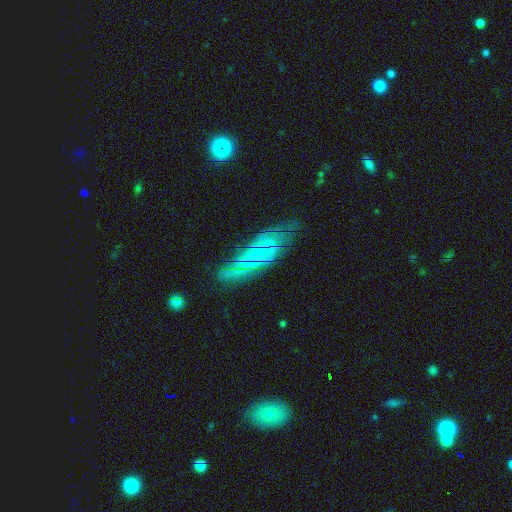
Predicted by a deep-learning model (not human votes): smooth-or-featured: featured or disk: 67% | smooth: 25% | star or artifact: 7%
  disk-edge-on: no: 78% | yes: 22%
    bar: no: 66% | weak: 29% | strong: 5%
    has-spiral-arms: yes: 80% | no: 20%
    bulge-size: small: 62% | moderate: 23% | none: 12% | large: 2% | dominant: 1%
  merging: none: 63% | minor disturbance: 25% | major disturbance: 9% | merger: 3%